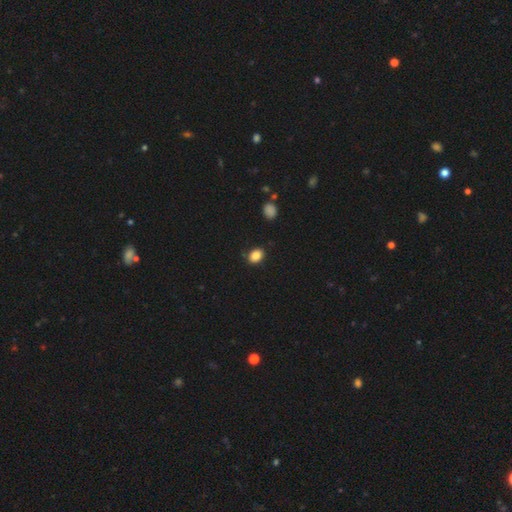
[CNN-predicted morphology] Smooth or featured: smooth — 86% (star or artifact — 10%)
How rounded: in between — 57% (round — 42%)
Merging: none — 85% (minor disturbance — 11%)